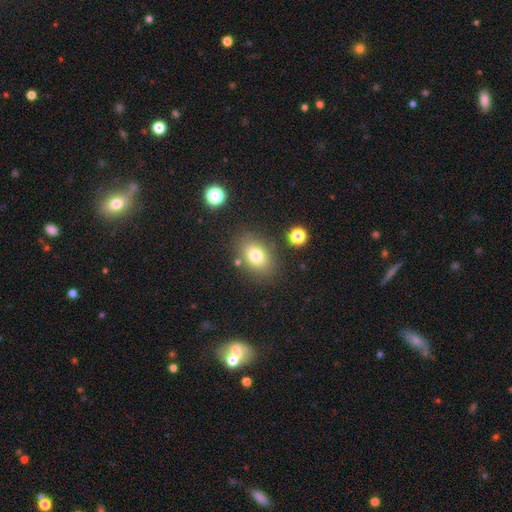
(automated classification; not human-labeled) A smooth galaxy with no disk features (77%) that is in between round and cigar-shaped (75%). Merging: none (80%).